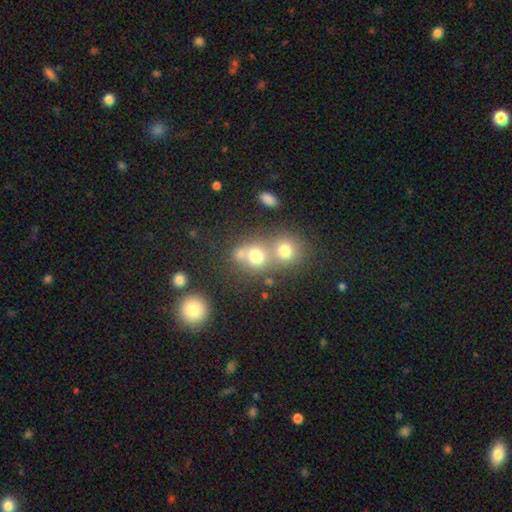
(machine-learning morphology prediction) Overall: smooth (70%). How rounded: round (75%). Merging: merger (51%; none 37%).